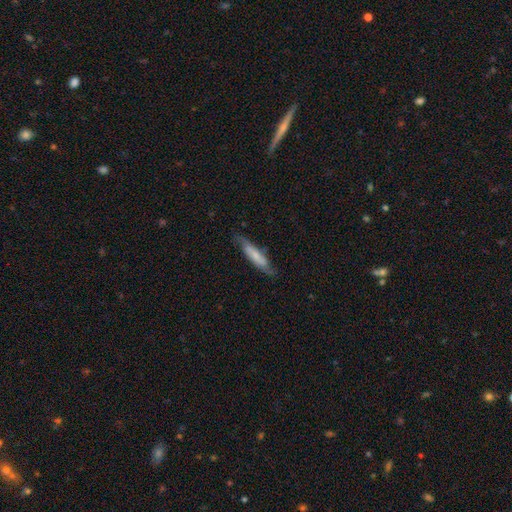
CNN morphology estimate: Smooth or featured? smooth (51%)
How rounded? cigar-shaped (76%)
Merging? none (72%)